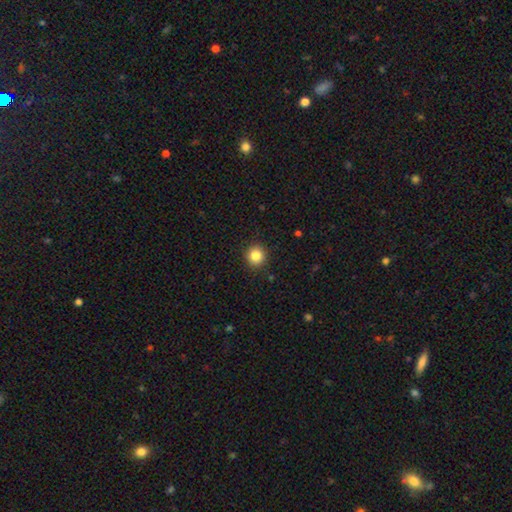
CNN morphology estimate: smooth_or_featured: smooth (p=0.85) [alt: star or artifact p=0.11]
how_rounded: round (p=0.91) [alt: in between p=0.08]
merging: none (p=0.91) [alt: minor disturbance p=0.06]